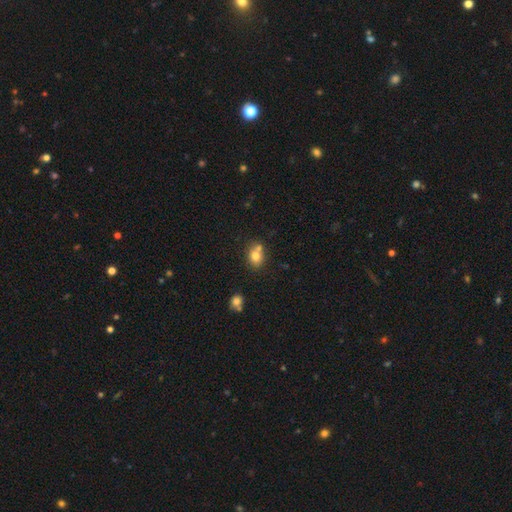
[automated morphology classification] A smooth galaxy with no disk features (77%) that is round (52%). Merging: none (49%).